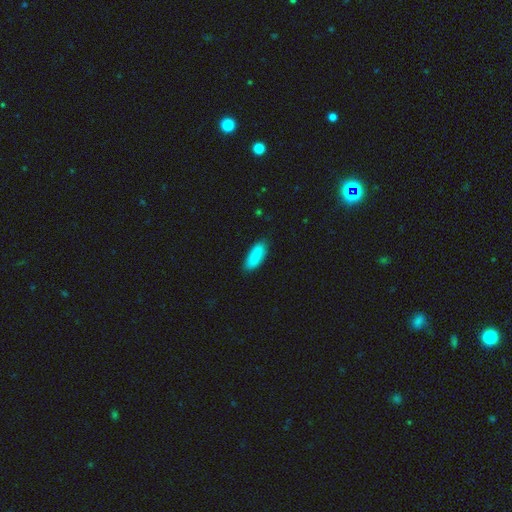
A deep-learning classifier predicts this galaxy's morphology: Q: Smooth or featured?
A: smooth (87%); runner-up: featured or disk (7%)
Q: How rounded?
A: in between (62%); runner-up: cigar-shaped (36%)
Q: Merging?
A: none (82%); runner-up: minor disturbance (14%)